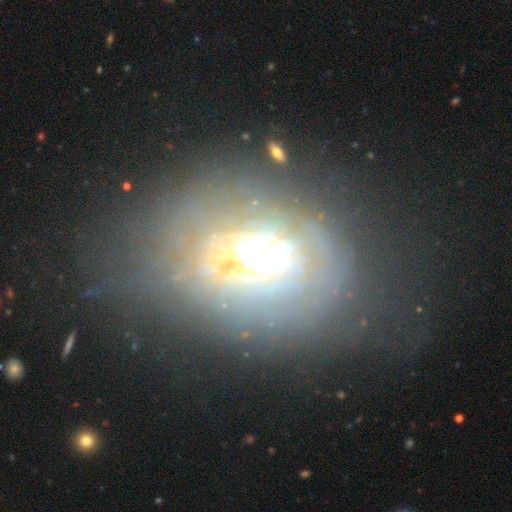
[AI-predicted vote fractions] Overall: featured or disk (60%). Edge-on disk: no (85%). Bar: no (59%; weak 21%). Spiral arms: no (71%). Bulge size: large (42%; moderate 29%). Merging: none (55%; major disturbance 22%).